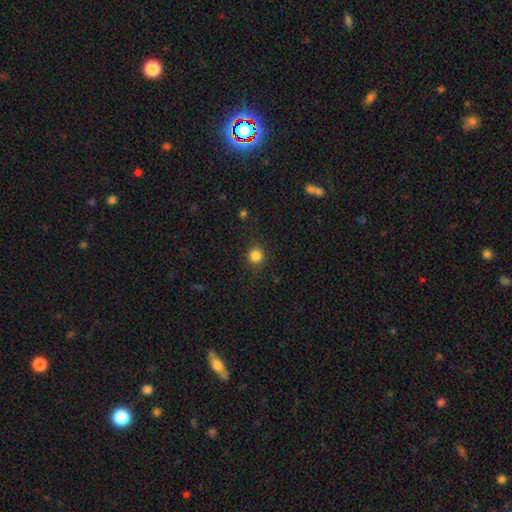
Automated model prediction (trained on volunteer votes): Smooth or featured? smooth (84%)
How rounded? round (93%)
Merging? none (90%)